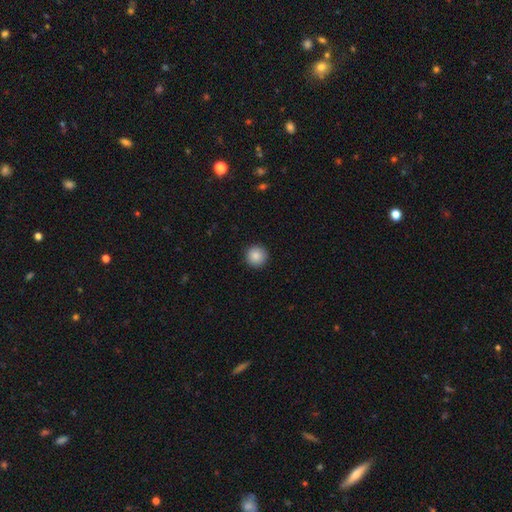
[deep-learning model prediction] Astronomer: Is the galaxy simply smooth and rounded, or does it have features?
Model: smooth — 87%.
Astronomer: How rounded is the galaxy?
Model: round — 96%.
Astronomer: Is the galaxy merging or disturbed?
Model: none — 93%.